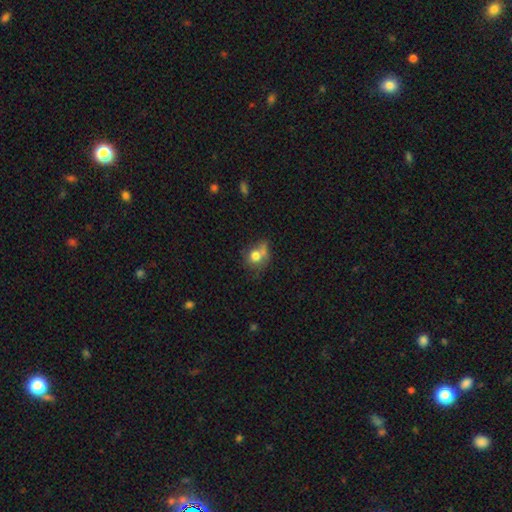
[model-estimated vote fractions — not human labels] Morphology: type=smooth (74%); roundness=round (69%); merging=none (40%).